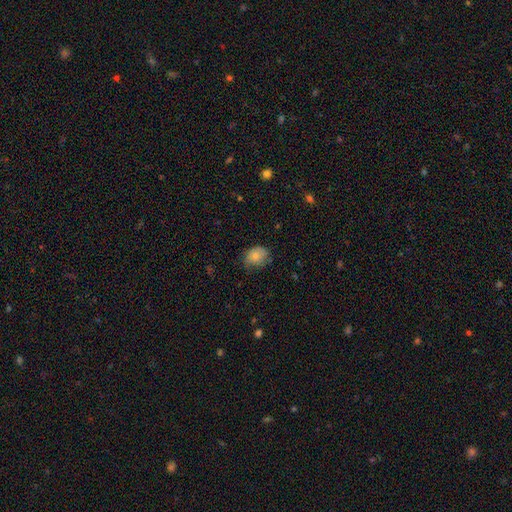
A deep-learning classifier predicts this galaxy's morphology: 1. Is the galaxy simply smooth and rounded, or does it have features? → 79% smooth, 13% featured or disk, 9% star or artifact.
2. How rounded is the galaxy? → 60% in between, 39% round, 1% cigar-shaped.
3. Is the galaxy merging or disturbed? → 59% none, 32% minor disturbance, 7% major disturbance, 1% merger.